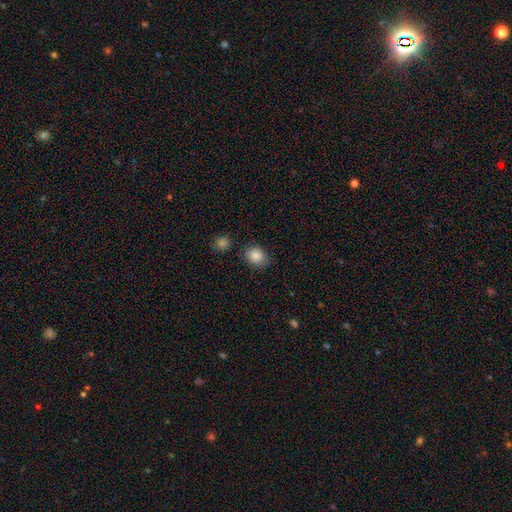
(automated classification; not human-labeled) Morphology: type=smooth (87%); roundness=in between (50%); merging=none (76%).